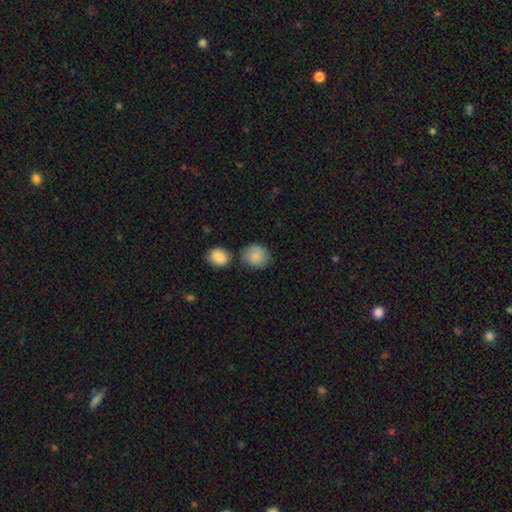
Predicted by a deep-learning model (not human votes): The model was most divided on "merging": none: 63%, minor disturbance: 17%, merger: 16%, major disturbance: 5%. More confident: smooth or featured — smooth (83%); how rounded — round (82%).